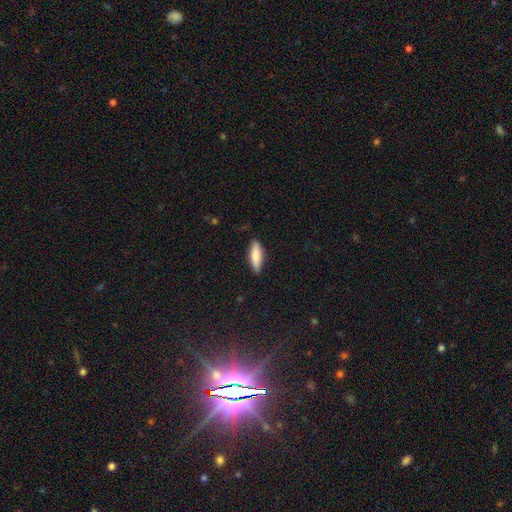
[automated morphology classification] type=smooth (80%); roundness=cigar-shaped (51%); merging=none (85%).